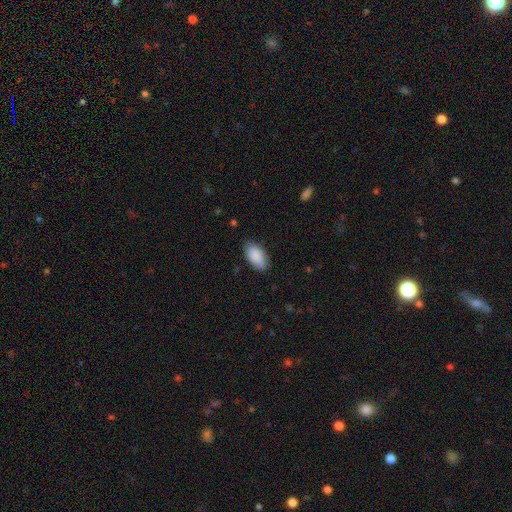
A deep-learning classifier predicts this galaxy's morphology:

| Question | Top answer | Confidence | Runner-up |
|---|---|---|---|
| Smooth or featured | smooth | 90% | star or artifact (6%) |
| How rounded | in between | 94% | round (3%) |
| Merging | none | 82% | minor disturbance (14%) |